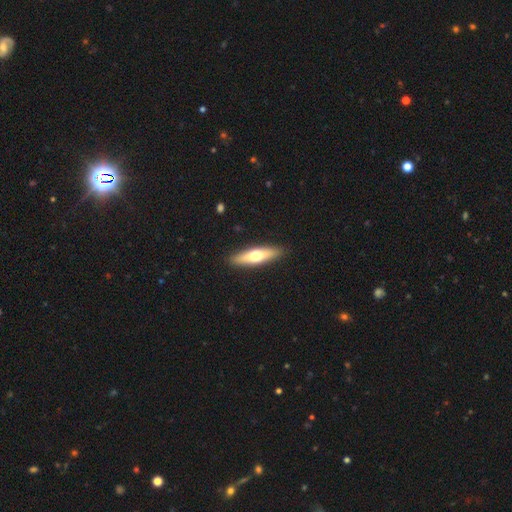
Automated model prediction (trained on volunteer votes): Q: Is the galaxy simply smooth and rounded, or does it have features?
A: smooth — 54%.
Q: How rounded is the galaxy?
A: cigar-shaped — 72%.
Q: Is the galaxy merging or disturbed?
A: none — 90%.